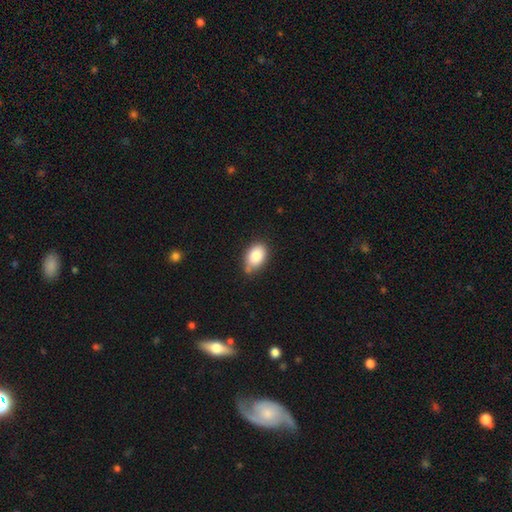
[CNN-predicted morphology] A smooth galaxy with no disk features (84%) that is in between round and cigar-shaped (86%). Merging: none (61%).